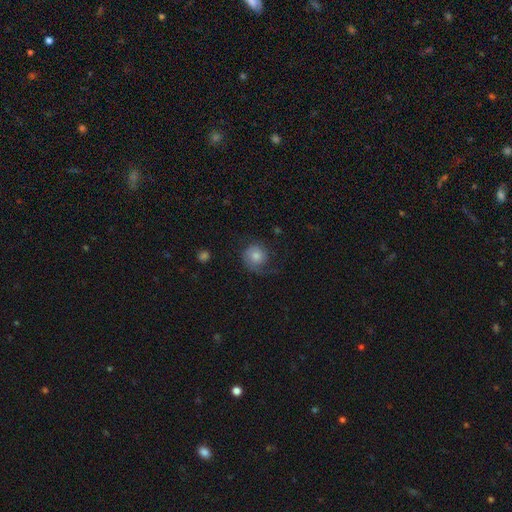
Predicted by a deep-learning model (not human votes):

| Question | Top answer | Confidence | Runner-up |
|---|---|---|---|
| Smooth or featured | smooth | 53% | featured or disk (39%) |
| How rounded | round | 84% | in between (15%) |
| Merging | none | 53% | major disturbance (24%) |